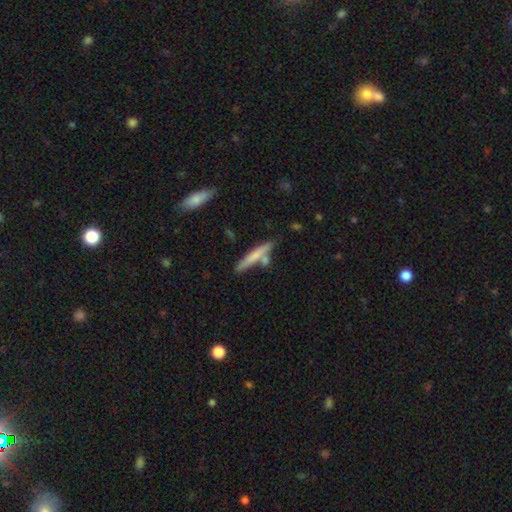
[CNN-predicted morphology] smooth_or_featured: smooth (p=0.65) [alt: featured or disk p=0.29]
how_rounded: cigar-shaped (p=0.90) [alt: in between p=0.08]
merging: none (p=0.68) [alt: merger p=0.15]